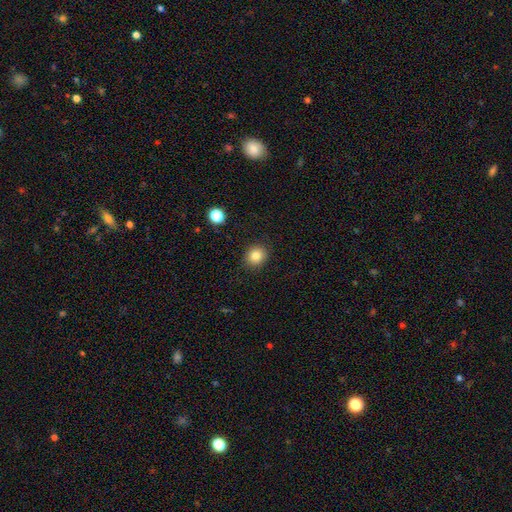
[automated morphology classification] type=smooth (84%); roundness=round (75%); merging=none (89%).